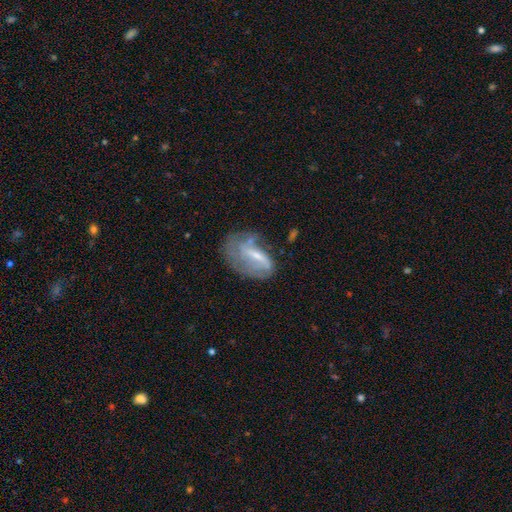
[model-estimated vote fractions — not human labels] Overall: featured or disk (62%; smooth 30%). Edge-on disk: no (94%). Bar: weak (43%; strong 31%). Spiral arms: yes (60%; no 40%). Bulge size: small (52%; moderate 28%). Merging: none (38%; major disturbance 29%).